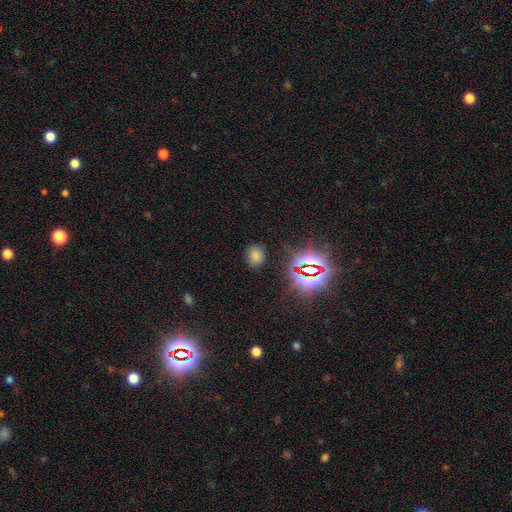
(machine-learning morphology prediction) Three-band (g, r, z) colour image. It shows a smooth galaxy with no disk features (68%) that is in between round and cigar-shaped (53%). Merging: none (81%).